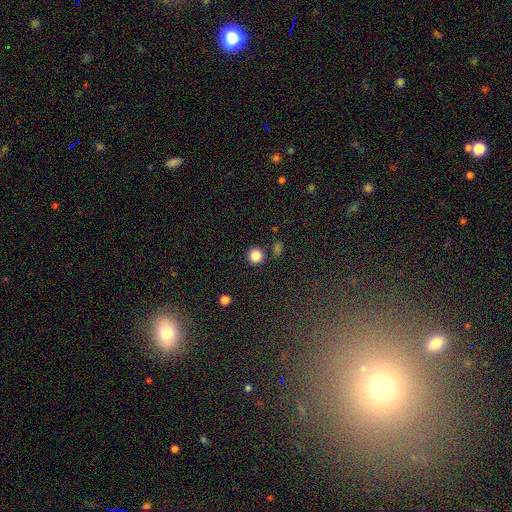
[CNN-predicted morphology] A smooth galaxy with no disk features (86%) that is round (94%). Merging: none (86%).